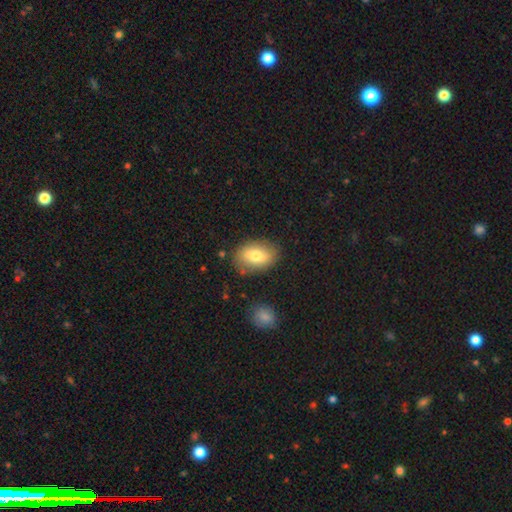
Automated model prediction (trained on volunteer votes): This appears to be a smooth galaxy with no disk features (75%) that is in between round and cigar-shaped (85%). Merging: none (81%).